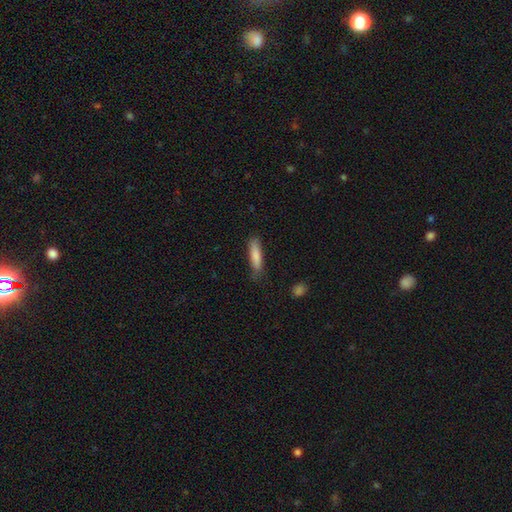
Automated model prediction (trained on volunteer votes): Smooth or featured?
  - smooth: 82% *
  - featured or disk: 12%
  - star or artifact: 6%
How rounded?
  - cigar-shaped: 78% *
  - in between: 20%
  - round: 1%
Merging?
  - none: 77% *
  - minor disturbance: 18%
  - major disturbance: 3%
  - merger: 2%